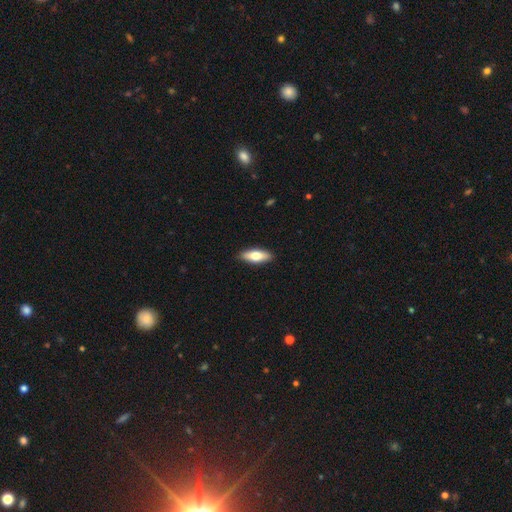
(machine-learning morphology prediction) The model was most divided on "how rounded": in between: 64%, cigar-shaped: 33%, round: 3%. More confident: merging — none (90%); smooth or featured — smooth (65%).